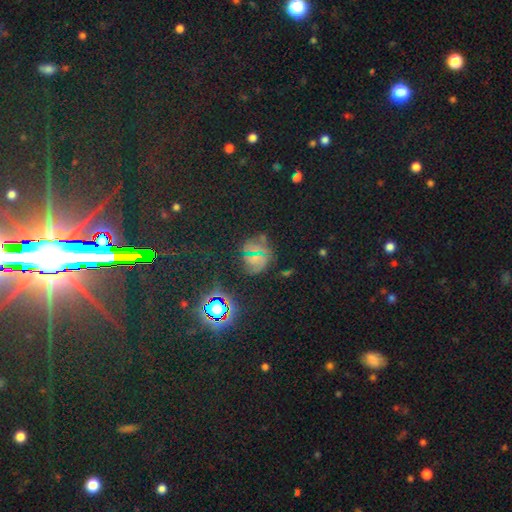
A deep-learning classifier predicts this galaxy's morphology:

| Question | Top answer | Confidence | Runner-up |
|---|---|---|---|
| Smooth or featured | star or artifact | 49% | smooth (35%) |